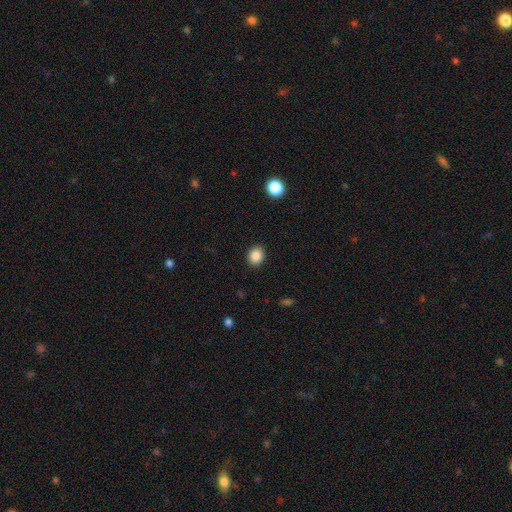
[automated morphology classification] smooth-or-featured: smooth: 87% | star or artifact: 10% | featured or disk: 4%
  how-rounded: round: 68% | in between: 32% | cigar-shaped: 1%
  merging: none: 91% | minor disturbance: 6% | major disturbance: 2% | merger: 1%